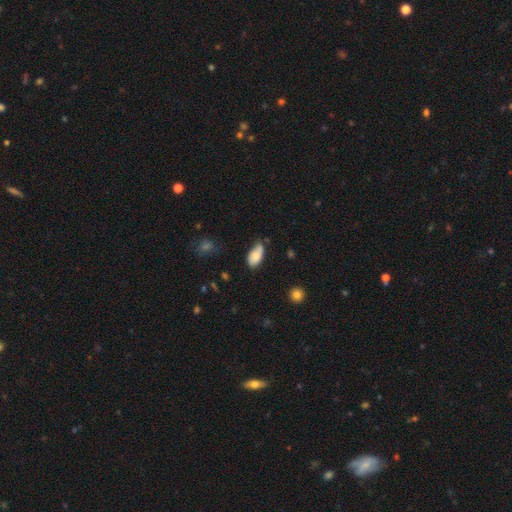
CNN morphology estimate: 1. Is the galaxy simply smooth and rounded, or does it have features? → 79% smooth, 14% featured or disk, 7% star or artifact.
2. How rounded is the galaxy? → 93% in between, 4% cigar-shaped, 3% round.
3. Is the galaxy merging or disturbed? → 54% none, 35% minor disturbance, 7% major disturbance, 4% merger.